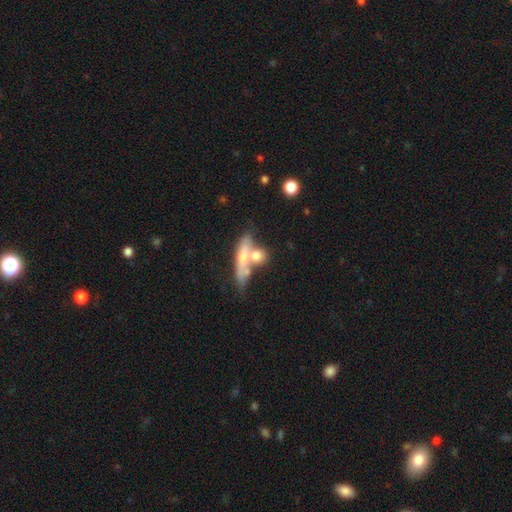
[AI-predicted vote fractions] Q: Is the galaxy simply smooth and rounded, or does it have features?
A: smooth — 60%.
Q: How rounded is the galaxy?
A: cigar-shaped — 39%.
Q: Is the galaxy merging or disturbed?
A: merger — 45%.